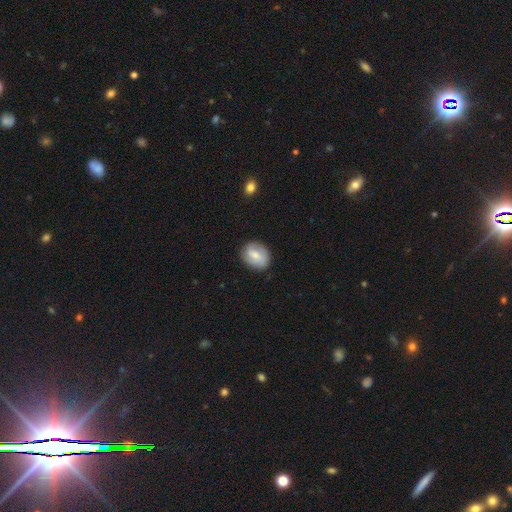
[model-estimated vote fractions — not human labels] smooth_or_featured: smooth (p=0.66) [alt: featured or disk p=0.27]
how_rounded: in between (p=0.60) [alt: round p=0.39]
merging: none (p=0.80) [alt: minor disturbance p=0.15]